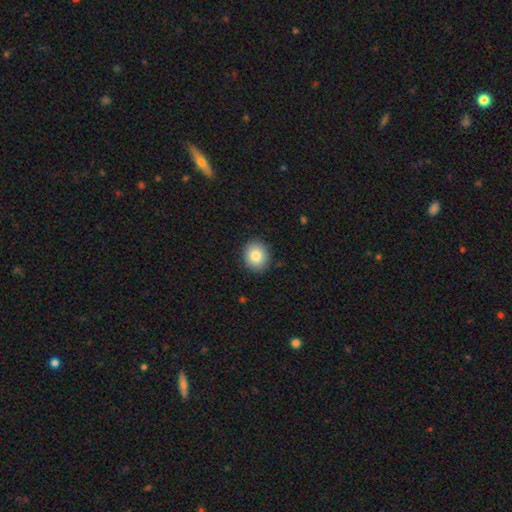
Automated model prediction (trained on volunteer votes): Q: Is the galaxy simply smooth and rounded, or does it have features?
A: smooth — 84%.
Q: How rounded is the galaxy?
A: round — 77%.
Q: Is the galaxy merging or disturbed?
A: none — 90%.